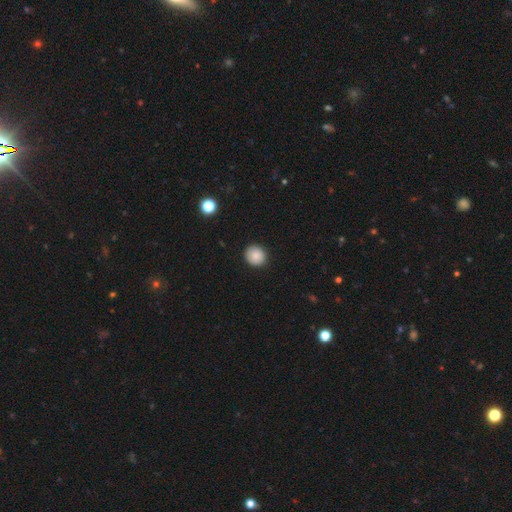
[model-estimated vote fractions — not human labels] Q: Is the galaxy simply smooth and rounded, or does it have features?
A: smooth — 86%.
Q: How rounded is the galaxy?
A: round — 89%.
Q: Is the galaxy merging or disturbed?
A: none — 91%.